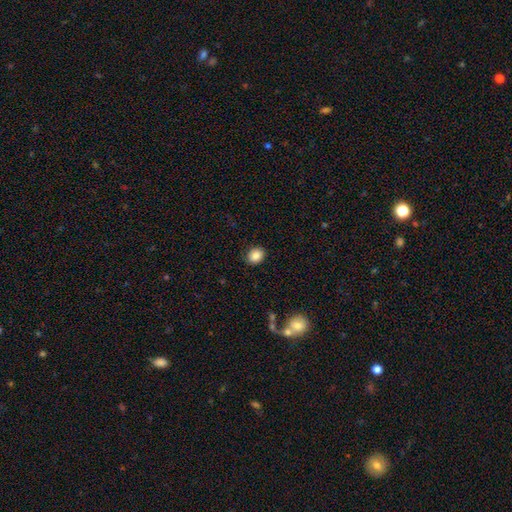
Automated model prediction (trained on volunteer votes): smooth_or_featured: smooth (p=0.86) [alt: star or artifact p=0.09]
how_rounded: round (p=0.64) [alt: in between p=0.35]
merging: none (p=0.87) [alt: minor disturbance p=0.09]